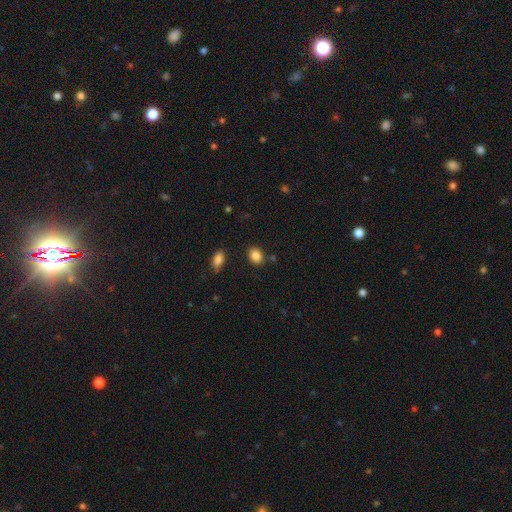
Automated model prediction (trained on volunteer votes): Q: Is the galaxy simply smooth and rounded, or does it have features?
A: smooth — 86%.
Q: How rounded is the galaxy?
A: in between — 55%.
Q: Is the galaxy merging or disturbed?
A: none — 83%.